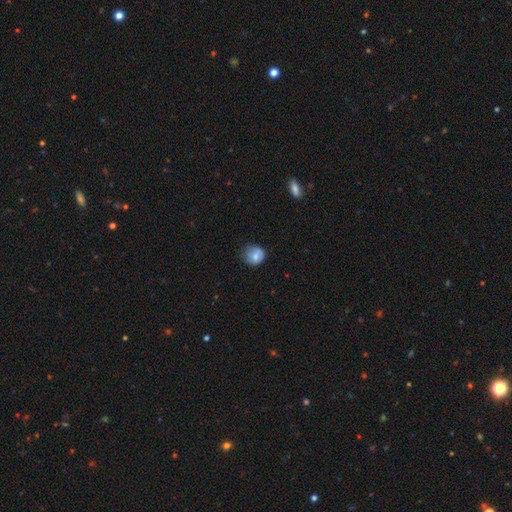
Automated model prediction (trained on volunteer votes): A smooth galaxy with no disk features (74%) that is round (77%).

Vote fractions:
- Smooth or featured? smooth: 74% / featured or disk: 17% / star or artifact: 9%
- How rounded? round: 77% / in between: 22% / cigar-shaped: 1%
- Merging? none: 54% / minor disturbance: 34% / major disturbance: 10% / merger: 2%